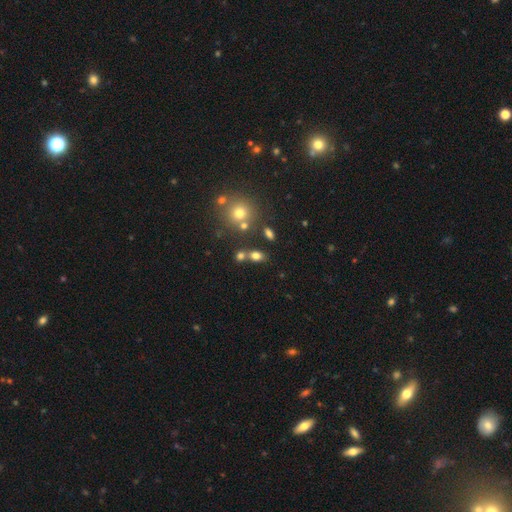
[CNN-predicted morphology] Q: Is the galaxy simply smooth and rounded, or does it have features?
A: smooth — 74%.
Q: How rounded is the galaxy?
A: in between — 74%.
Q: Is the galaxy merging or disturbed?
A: none — 58%.